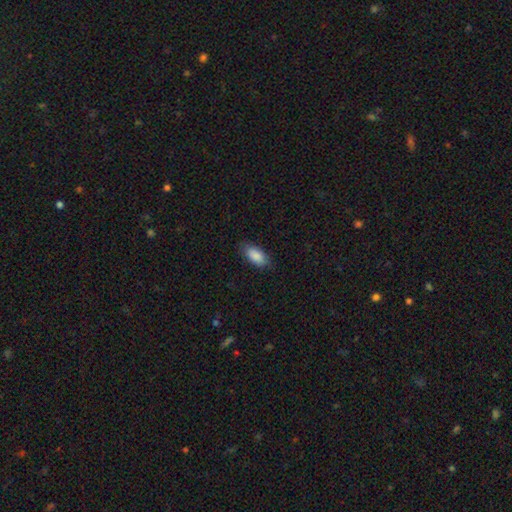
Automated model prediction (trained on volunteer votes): A smooth galaxy with no disk features (88%) that is in between round and cigar-shaped (88%). Merging: none (81%).